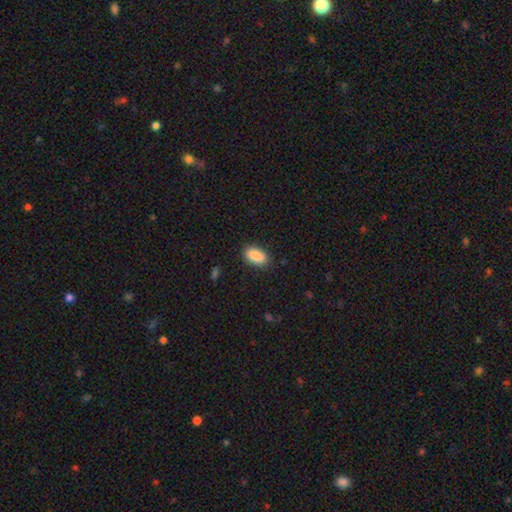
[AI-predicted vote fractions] Smooth or featured: smooth — 89% (star or artifact — 7%)
How rounded: in between — 92% (cigar-shaped — 4%)
Merging: none — 86% (minor disturbance — 10%)